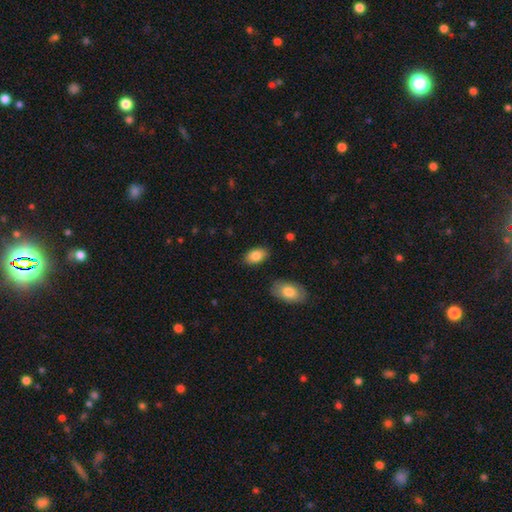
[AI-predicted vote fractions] A smooth galaxy with no disk features (84%) that is in between round and cigar-shaped (92%). Merging: none (86%).